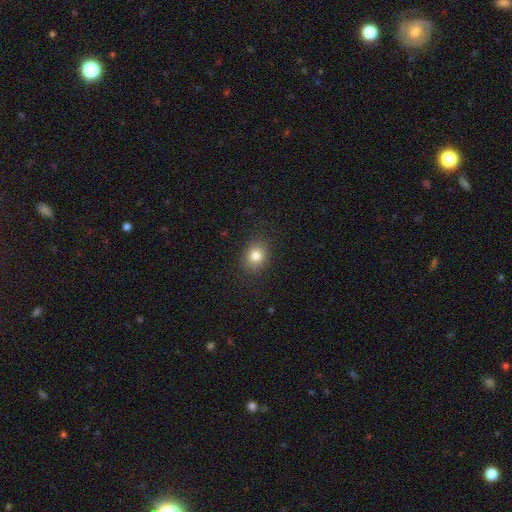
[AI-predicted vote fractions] A smooth galaxy with no disk features (81%) that is round (63%).

Vote fractions:
- Smooth or featured? smooth: 81% / star or artifact: 11% / featured or disk: 8%
- How rounded? round: 63% / in between: 36% / cigar-shaped: 1%
- Merging? none: 87% / minor disturbance: 9% / major disturbance: 3% / merger: 1%